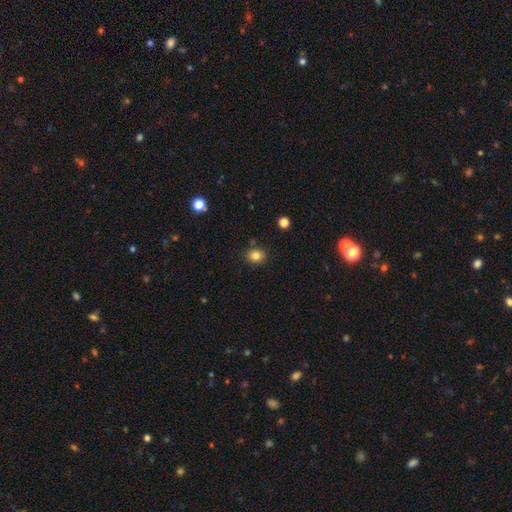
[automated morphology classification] smooth-or-featured: smooth: 82% | star or artifact: 12% | featured or disk: 6%
  how-rounded: round: 64% | in between: 35% | cigar-shaped: 1%
  merging: none: 83% | minor disturbance: 11% | merger: 4% | major disturbance: 3%